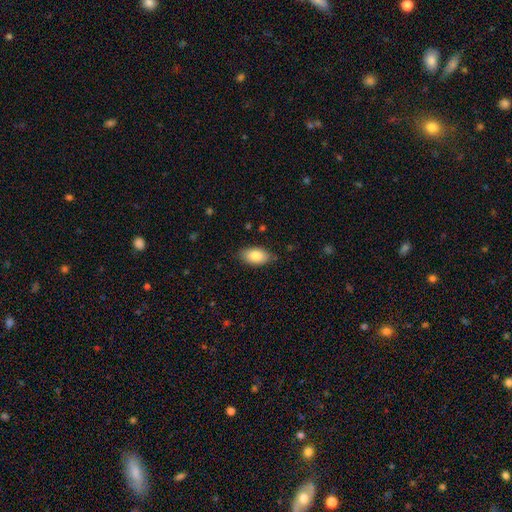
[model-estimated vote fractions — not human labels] A smooth galaxy with no disk features (85%) that is in between round and cigar-shaped (94%). Merging: none (83%).